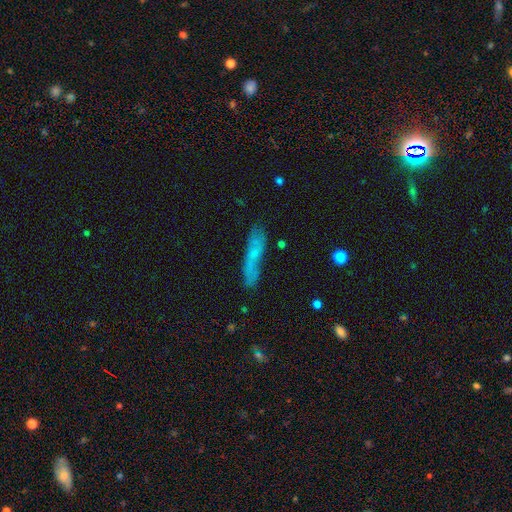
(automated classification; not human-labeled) A smooth galaxy with no disk features (51%) that is cigar-shaped (84%).

Vote fractions:
- Smooth or featured? smooth: 51% / featured or disk: 33% / star or artifact: 16%
- How rounded? cigar-shaped: 84% / in between: 13% / round: 3%
- Merging? none: 75% / minor disturbance: 17% / major disturbance: 5% / merger: 3%